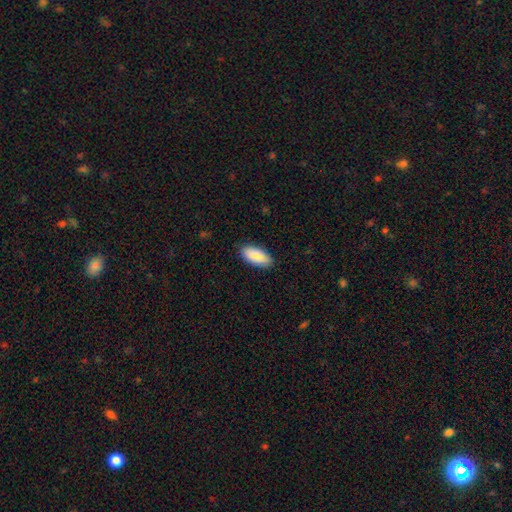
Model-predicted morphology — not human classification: A smooth galaxy with no disk features (90%) that is in between round and cigar-shaped (90%).

Vote fractions:
- Smooth or featured? smooth: 90% / star or artifact: 6% / featured or disk: 4%
- How rounded? in between: 90% / cigar-shaped: 8% / round: 2%
- Merging? none: 87% / minor disturbance: 10% / major disturbance: 2% / merger: 1%